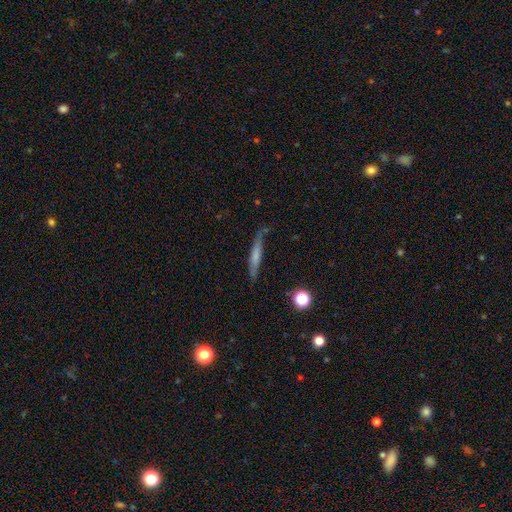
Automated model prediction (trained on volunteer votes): The model was most divided on "smooth or featured": smooth: 56%, featured or disk: 36%, star or artifact: 8%. More confident: how rounded — cigar-shaped (90%); merging — none (71%).